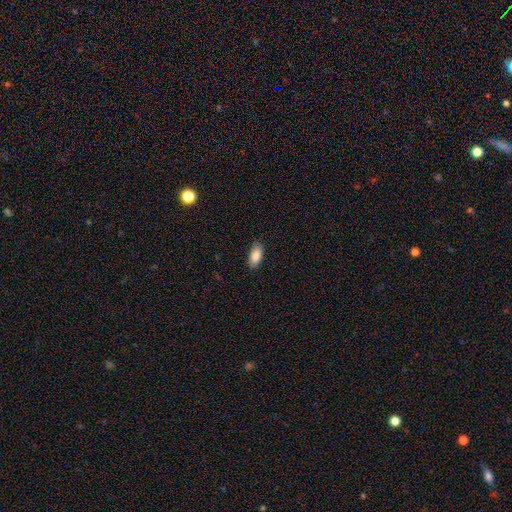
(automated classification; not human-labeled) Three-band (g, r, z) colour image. It shows a smooth galaxy with no disk features (87%) that is in between round and cigar-shaped (88%). Merging: none (86%).